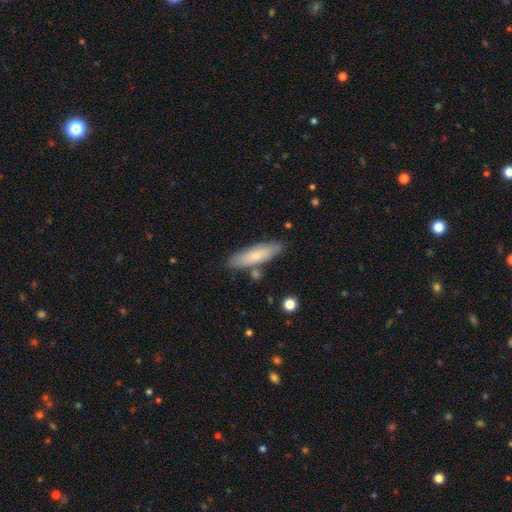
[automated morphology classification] Smooth or featured? Predicted: smooth (p=0.72). How rounded? Predicted: cigar-shaped (p=0.66). Merging? Predicted: none (p=0.81).